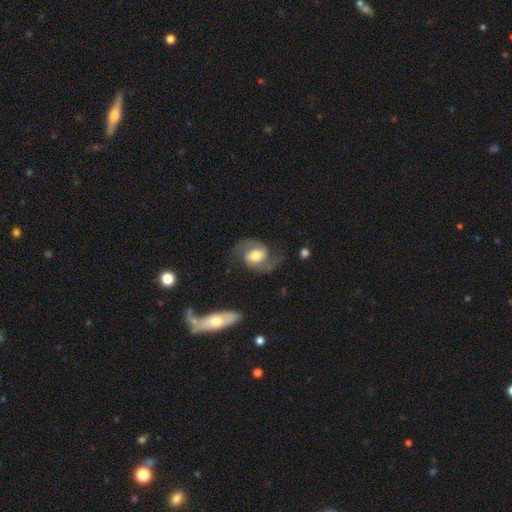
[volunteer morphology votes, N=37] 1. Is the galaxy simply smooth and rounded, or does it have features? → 89% featured or disk, 8% star or artifact, 3% smooth.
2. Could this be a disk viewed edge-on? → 91% no, 9% yes.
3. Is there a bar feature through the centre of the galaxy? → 43% weak (tied), 43% no (tied), 13% strong.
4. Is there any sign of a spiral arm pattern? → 100% yes, 0% no.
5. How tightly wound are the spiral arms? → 70% medium, 27% loose, 3% tight.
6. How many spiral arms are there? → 97% 2, 3% 1, 0% 3, 0% 4, 0% more than 4, 0% can't tell.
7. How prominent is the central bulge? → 77% moderate, 10% large, 7% dominant, 7% small, 0% none.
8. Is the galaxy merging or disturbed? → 74% none, 21% major disturbance, 6% minor disturbance, 0% merger.